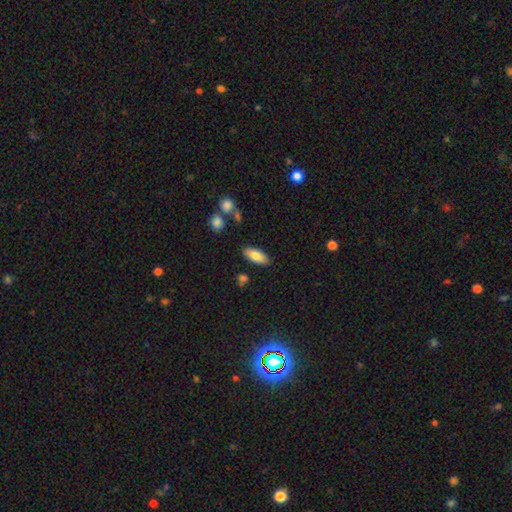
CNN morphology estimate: smooth_or_featured: smooth (p=0.83) [alt: featured or disk p=0.11]
how_rounded: in between (p=0.80) [alt: cigar-shaped p=0.18]
merging: none (p=0.84) [alt: minor disturbance p=0.11]